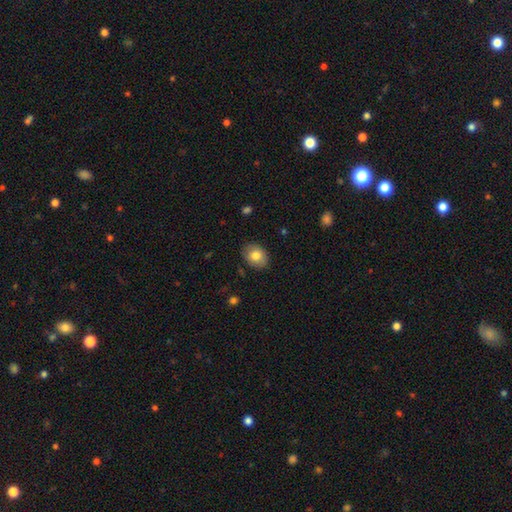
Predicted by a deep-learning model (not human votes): The model was most divided on "how rounded": in between: 65%, round: 34%, cigar-shaped: 1%. More confident: merging — none (86%); smooth or featured — smooth (80%).